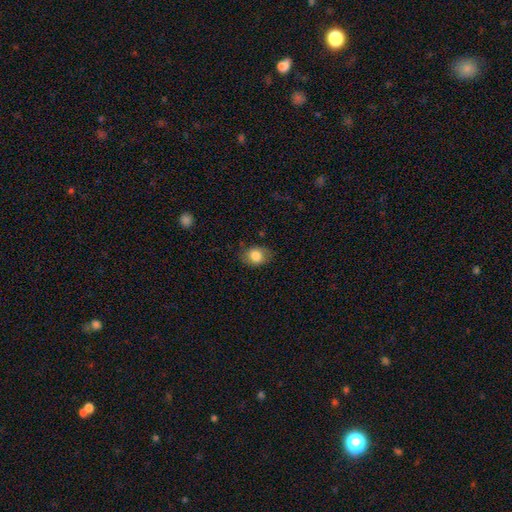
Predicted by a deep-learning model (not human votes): This is clearly a smooth galaxy (82%). How rounded: likely in between (63%). Merging: likely none (75%).